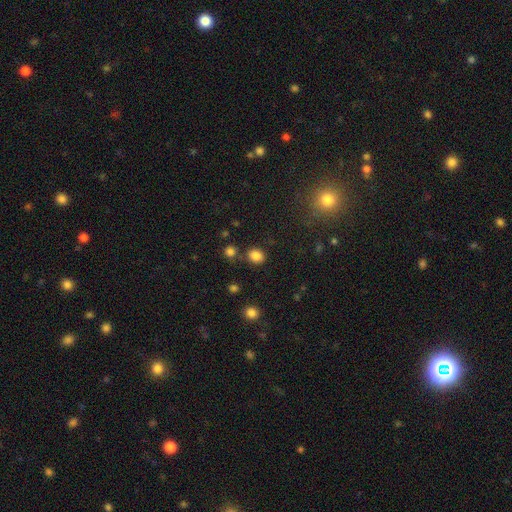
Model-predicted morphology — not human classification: smooth_or_featured: smooth (p=0.83) [alt: star or artifact p=0.12]
how_rounded: round (p=0.58) [alt: in between p=0.41]
merging: none (p=0.78) [alt: minor disturbance p=0.10]